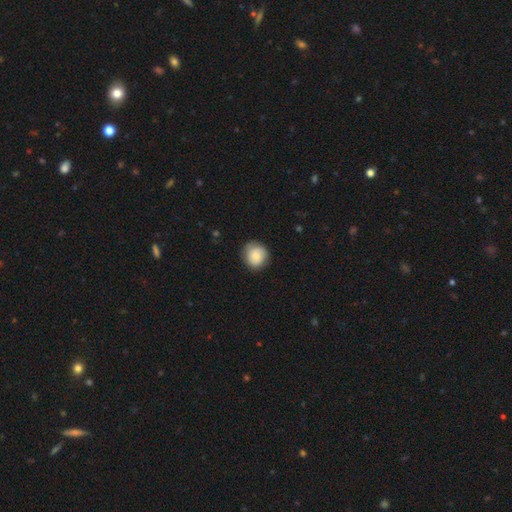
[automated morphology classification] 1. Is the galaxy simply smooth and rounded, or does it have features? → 79% smooth, 14% featured or disk, 7% star or artifact.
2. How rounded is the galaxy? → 86% round, 13% in between, 1% cigar-shaped.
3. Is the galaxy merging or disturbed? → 79% none, 17% minor disturbance, 3% major disturbance, 1% merger.